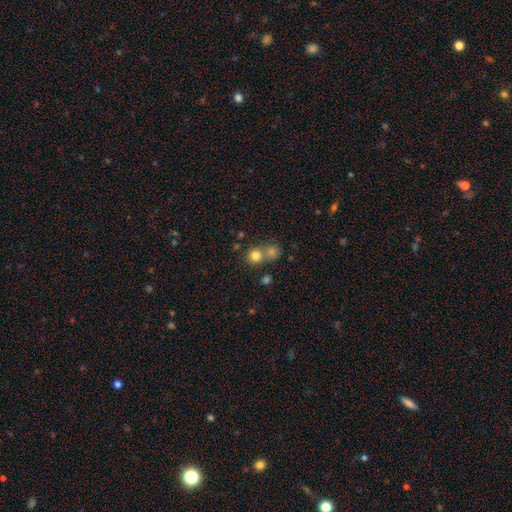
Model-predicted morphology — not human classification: Smooth or featured: smooth — 79% (star or artifact — 13%)
How rounded: round — 87% (in between — 12%)
Merging: none — 52% (merger — 39%)